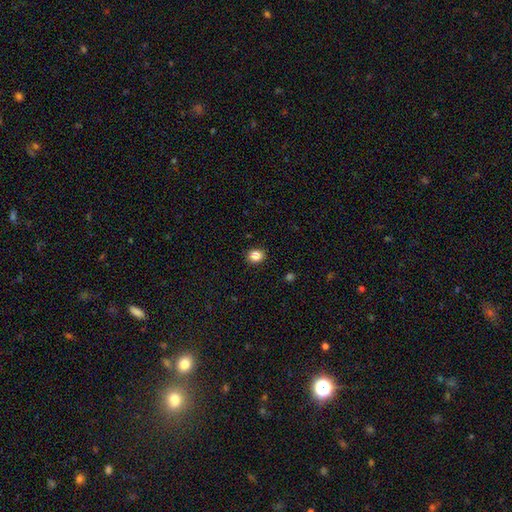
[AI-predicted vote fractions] Smooth or featured? smooth (86%)
How rounded? round (68%)
Merging? none (90%)